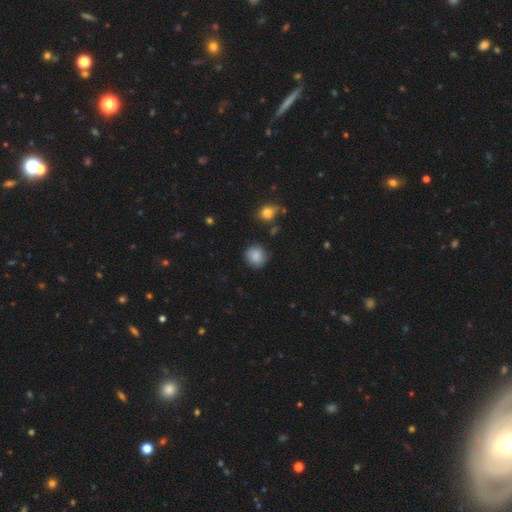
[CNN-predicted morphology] smooth_or_featured: smooth (p=0.86) [alt: star or artifact p=0.09]
how_rounded: round (p=0.89) [alt: in between p=0.10]
merging: none (p=0.84) [alt: minor disturbance p=0.11]